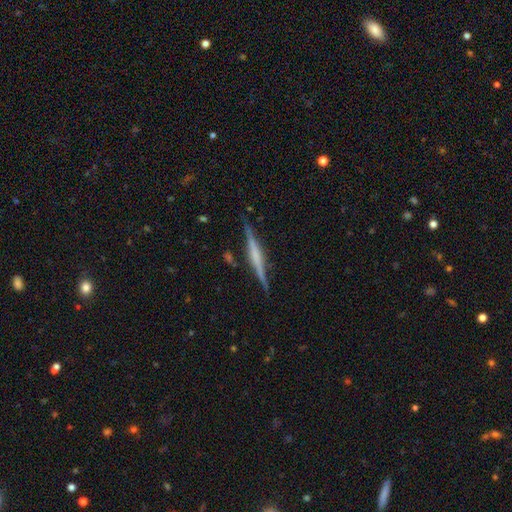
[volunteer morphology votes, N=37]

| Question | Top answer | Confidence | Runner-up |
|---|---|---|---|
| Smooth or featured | featured or disk | 78% | smooth (22%) |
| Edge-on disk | yes | 100% | — |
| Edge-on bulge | none | 59% | rounded (24%) |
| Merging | none | 89% | major disturbance (5%) |